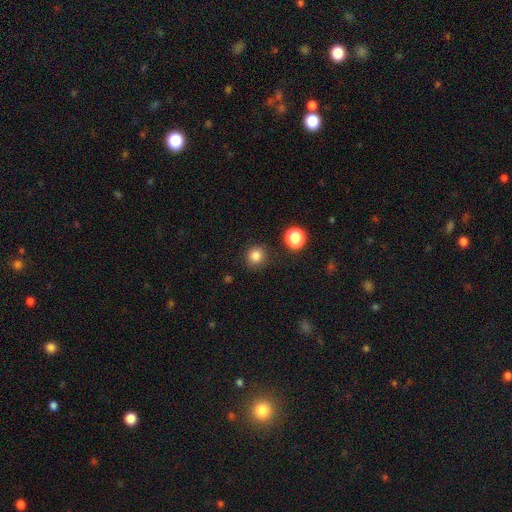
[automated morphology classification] A smooth galaxy with no disk features (83%) that is round (91%).

Vote fractions:
- Smooth or featured? smooth: 83% / star or artifact: 12% / featured or disk: 4%
- How rounded? round: 91% / in between: 8% / cigar-shaped: 1%
- Merging? none: 88% / minor disturbance: 8% / major disturbance: 3% / merger: 2%